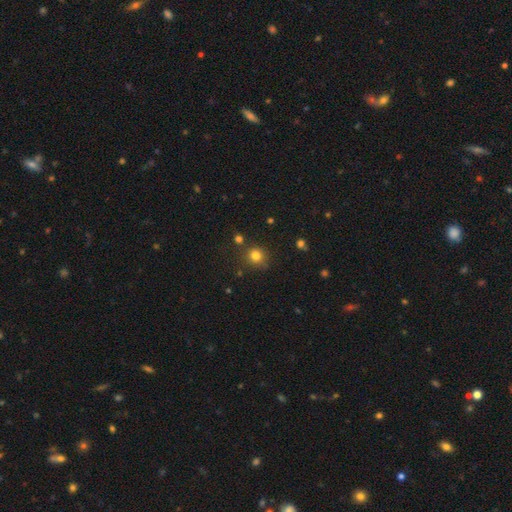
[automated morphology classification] The model was most divided on "smooth or featured": smooth: 80%, star or artifact: 15%, featured or disk: 6%. More confident: how rounded — round (88%); merging — none (80%).